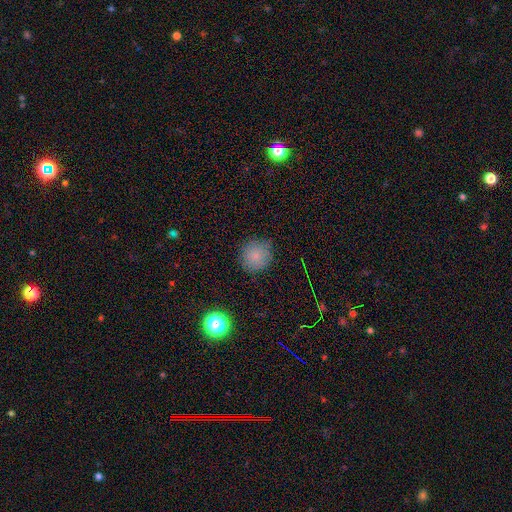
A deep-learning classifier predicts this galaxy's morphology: The model was most divided on "smooth or featured": smooth: 81%, star or artifact: 12%, featured or disk: 7%. More confident: how rounded — round (92%); merging — none (85%).